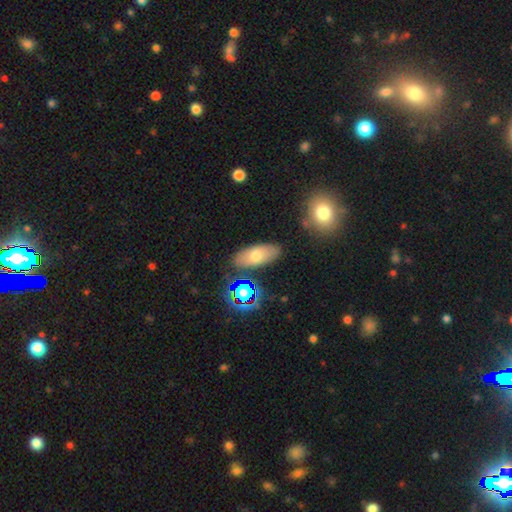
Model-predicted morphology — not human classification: A smooth galaxy with no disk features (69%) that is in between round and cigar-shaped (83%).

Vote fractions:
- Smooth or featured? smooth: 69% / featured or disk: 19% / star or artifact: 12%
- How rounded? in between: 83% / cigar-shaped: 12% / round: 5%
- Merging? none: 81% / minor disturbance: 12% / merger: 4% / major disturbance: 3%